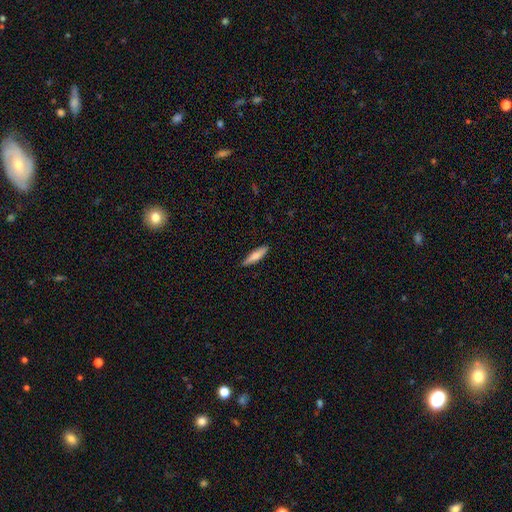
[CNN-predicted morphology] Smooth or featured? smooth (71%)
How rounded? cigar-shaped (78%)
Merging? none (88%)